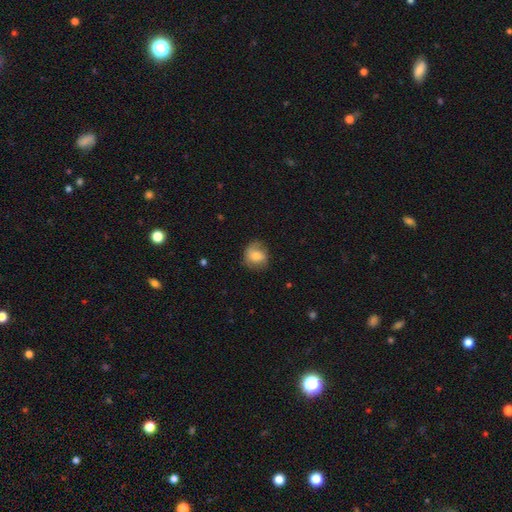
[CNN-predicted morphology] This appears to be a smooth galaxy with no disk features (69%) that is round (71%). Merging: none (66%).